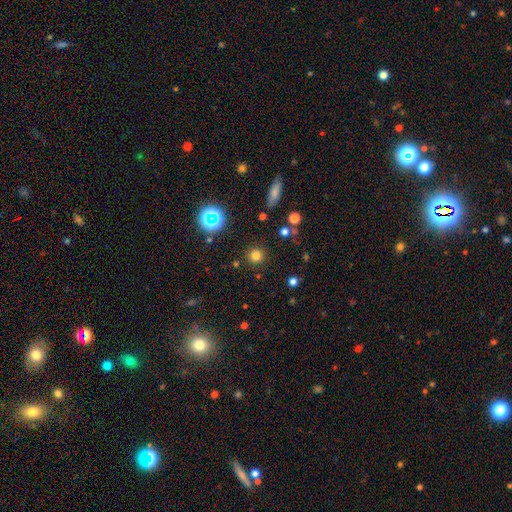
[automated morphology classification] Q: Smooth or featured?
A: smooth (74%); runner-up: star or artifact (20%)
Q: How rounded?
A: round (94%); runner-up: in between (5%)
Q: Merging?
A: none (89%); runner-up: minor disturbance (6%)